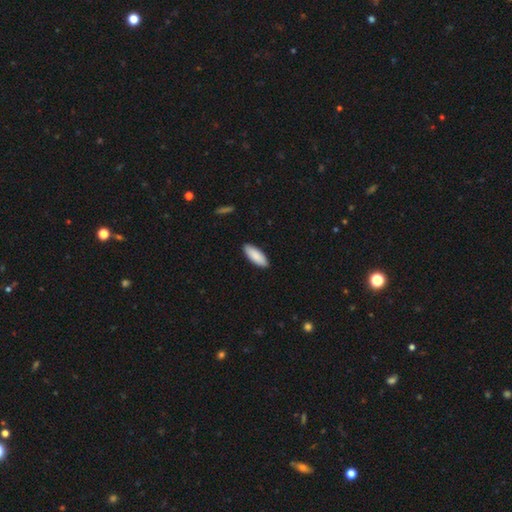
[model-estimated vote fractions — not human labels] smooth-or-featured: smooth: 90% | featured or disk: 5% | star or artifact: 5%
  how-rounded: in between: 76% | cigar-shaped: 23% | round: 1%
  merging: none: 90% | minor disturbance: 7% | major disturbance: 1% | merger: 1%